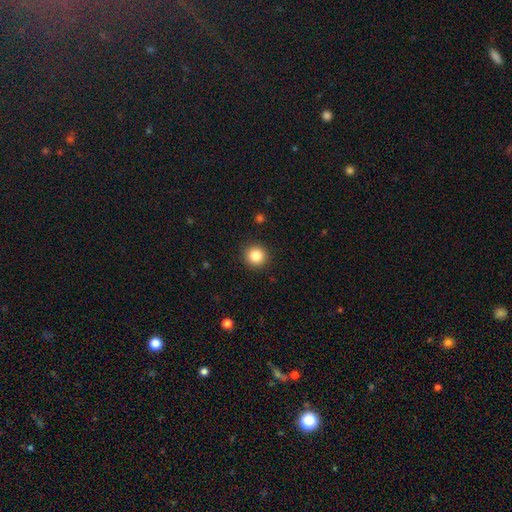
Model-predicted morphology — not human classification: smooth-or-featured: smooth: 85% | star or artifact: 10% | featured or disk: 5%
  how-rounded: round: 94% | in between: 5% | cigar-shaped: 1%
  merging: none: 92% | minor disturbance: 5% | major disturbance: 2% | merger: 1%